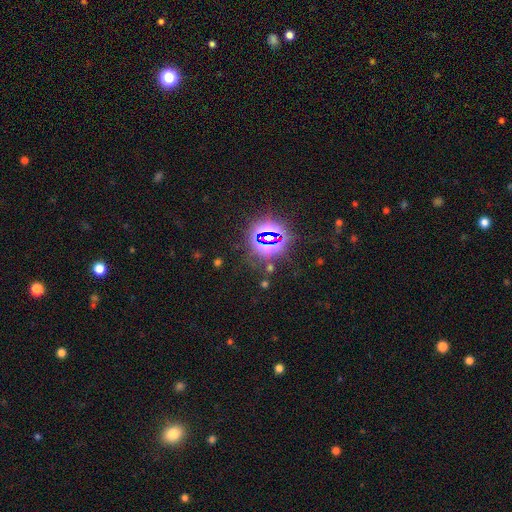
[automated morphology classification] Smooth or featured? Predicted: star or artifact (p=0.79).